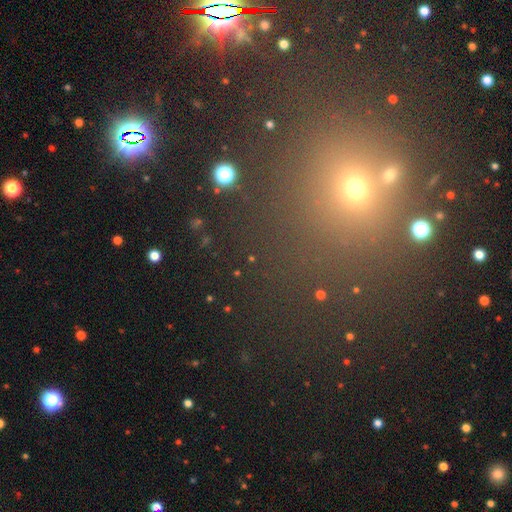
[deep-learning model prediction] Q: Smooth or featured?
A: star or artifact (56%); runner-up: smooth (35%)